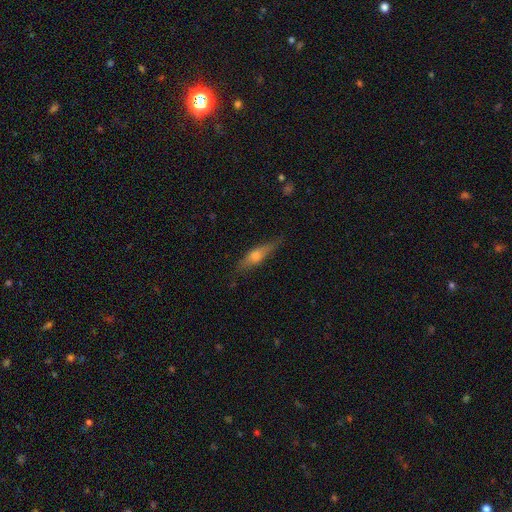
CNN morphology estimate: Smooth or featured? Predicted: featured or disk (p=0.48). Merging? Predicted: none (p=0.79).